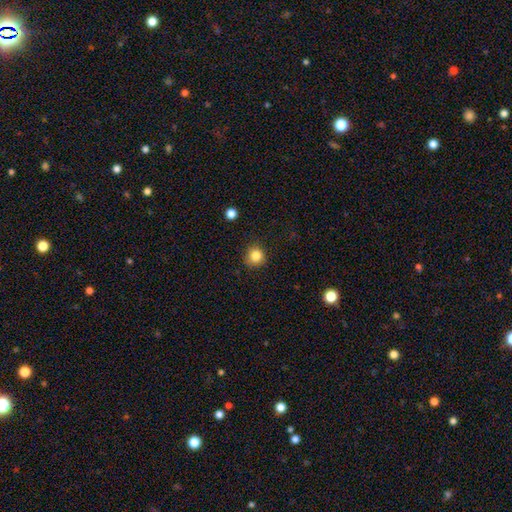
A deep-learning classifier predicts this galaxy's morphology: Smooth or featured?
  - smooth: 84% *
  - star or artifact: 12%
  - featured or disk: 5%
How rounded?
  - round: 90% *
  - in between: 9%
  - cigar-shaped: 1%
Merging?
  - none: 87% *
  - minor disturbance: 10%
  - major disturbance: 2%
  - merger: 1%